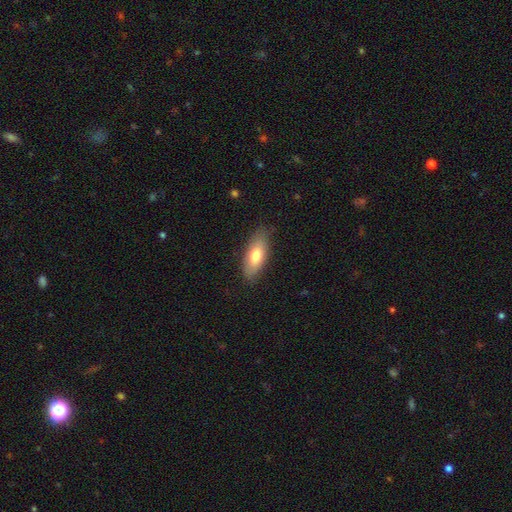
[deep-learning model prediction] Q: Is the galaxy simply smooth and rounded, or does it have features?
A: smooth — 74%.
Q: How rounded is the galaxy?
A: in between — 77%.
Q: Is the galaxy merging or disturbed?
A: none — 80%.